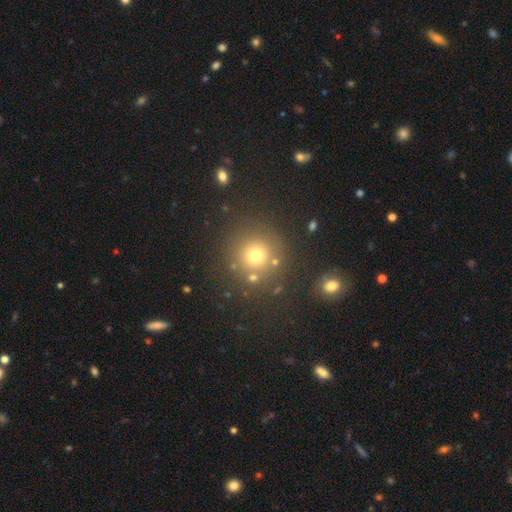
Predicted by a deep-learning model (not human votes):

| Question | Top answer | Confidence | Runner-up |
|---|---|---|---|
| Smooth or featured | smooth | 70% | star or artifact (19%) |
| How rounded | round | 94% | in between (5%) |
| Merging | none | 82% | minor disturbance (8%) |